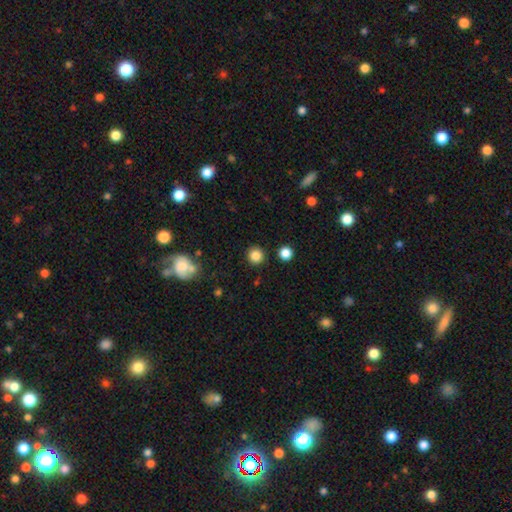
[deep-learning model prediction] Smooth or featured: smooth — 84% (star or artifact — 12%)
How rounded: round — 93% (in between — 6%)
Merging: none — 90% (minor disturbance — 6%)